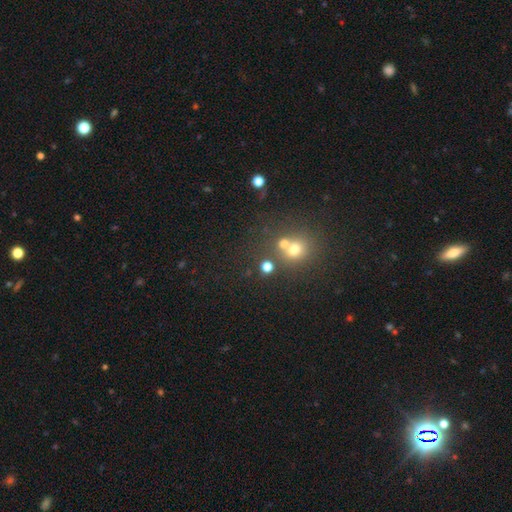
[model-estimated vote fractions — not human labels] smooth_or_featured: star or artifact (p=0.46) [alt: smooth p=0.45]